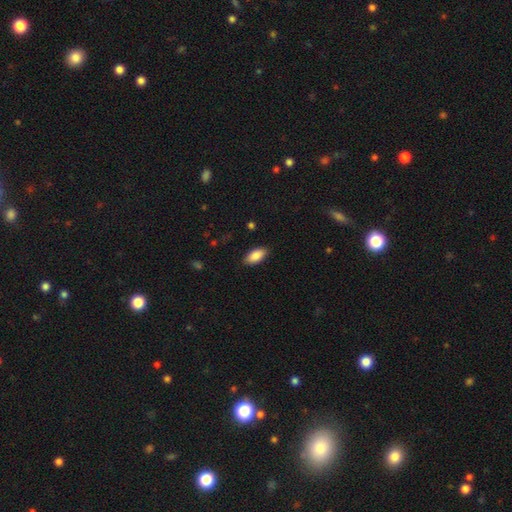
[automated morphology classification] smooth 88%, star or artifact 6%, featured or disk 6%. Down the decision tree: how rounded — in between (92%); merging — none (86%).